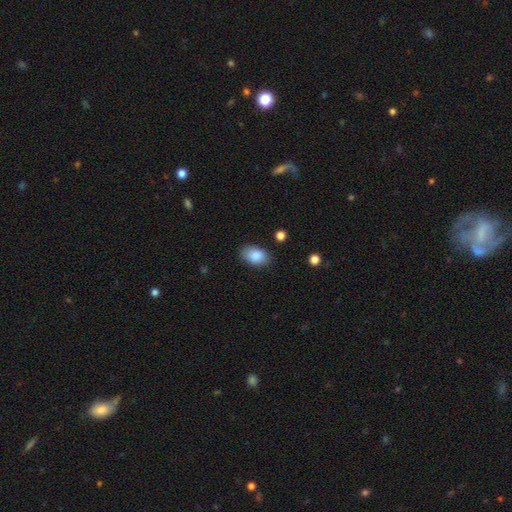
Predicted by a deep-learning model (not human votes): smooth 88%, star or artifact 7%, featured or disk 5%. Down the decision tree: how rounded — in between (90%); merging — none (83%).